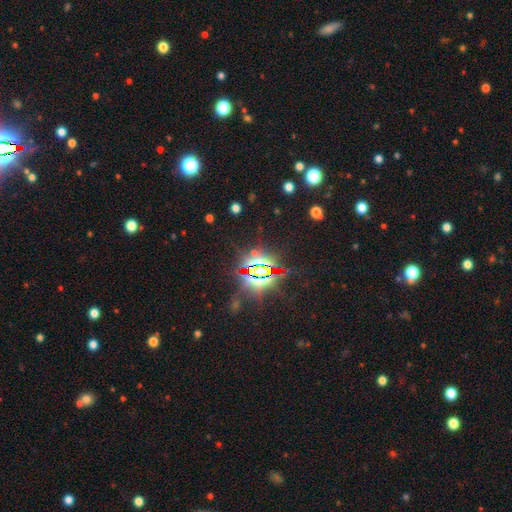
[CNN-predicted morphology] type=star or artifact (83%).